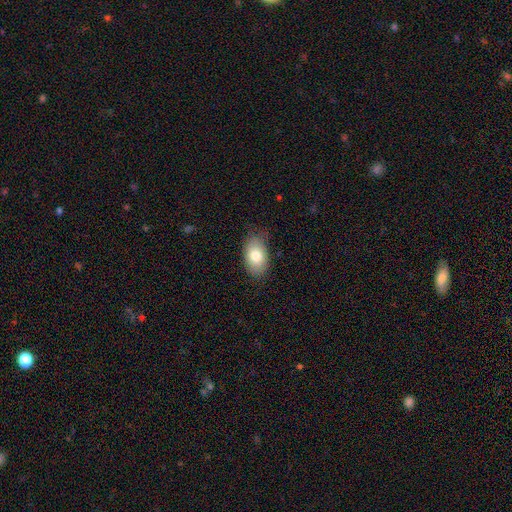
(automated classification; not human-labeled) This is likely a smooth galaxy (79%). How rounded: clearly in between (92%). Merging: likely none (79%).